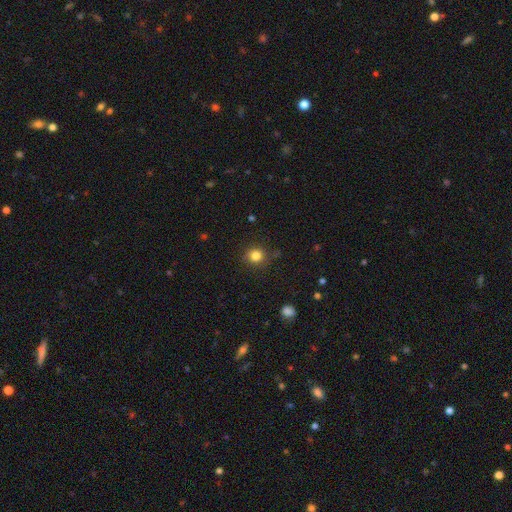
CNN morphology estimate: Smooth or featured?
  - smooth: 83% *
  - star or artifact: 12%
  - featured or disk: 5%
How rounded?
  - round: 89% *
  - in between: 10%
  - cigar-shaped: 1%
Merging?
  - none: 86% *
  - minor disturbance: 10%
  - major disturbance: 3%
  - merger: 1%